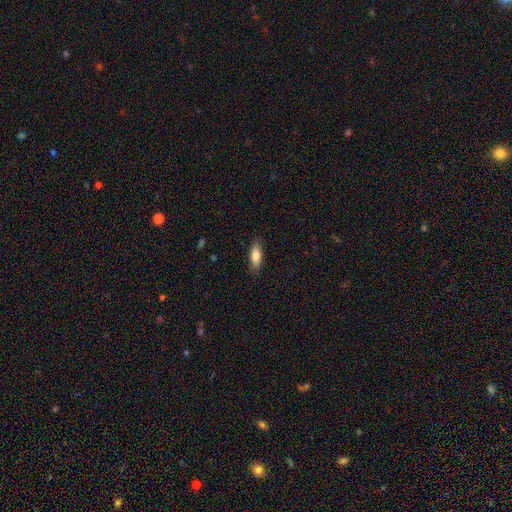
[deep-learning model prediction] Smooth or featured? Predicted: smooth (p=0.81). How rounded? Predicted: in between (p=0.59). Merging? Predicted: none (p=0.85).